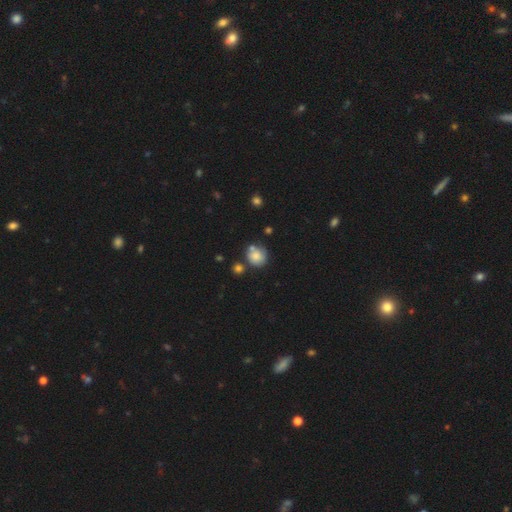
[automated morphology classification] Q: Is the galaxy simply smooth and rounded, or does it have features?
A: smooth — 79%.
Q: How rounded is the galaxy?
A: round — 83%.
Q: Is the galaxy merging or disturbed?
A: none — 60%.